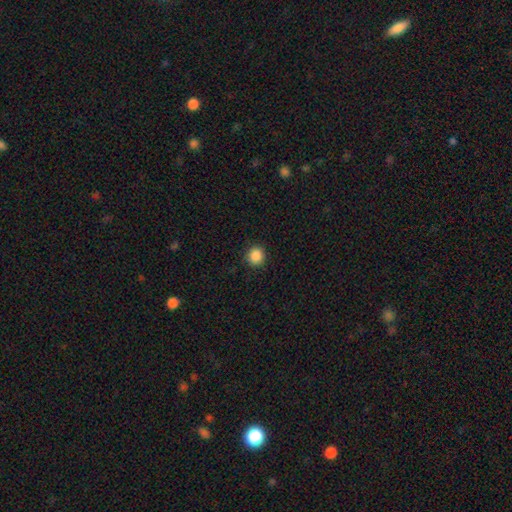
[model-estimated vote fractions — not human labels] smooth 88%, star or artifact 10%, featured or disk 3%. Down the decision tree: how rounded — round (91%); merging — none (91%).